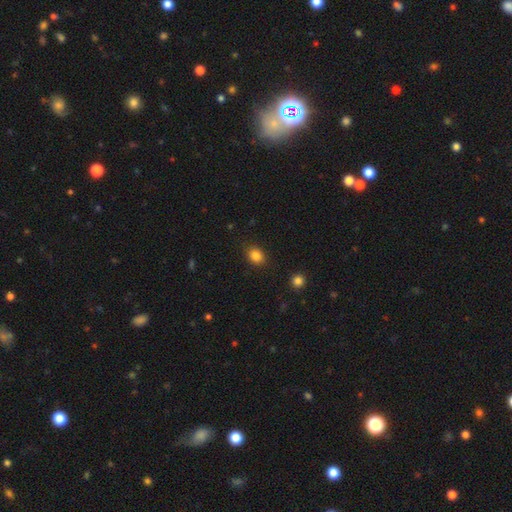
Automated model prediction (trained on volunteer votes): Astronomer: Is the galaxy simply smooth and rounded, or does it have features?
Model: smooth — 84%.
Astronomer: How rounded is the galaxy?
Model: round — 50% (runner-up: in between, 49%).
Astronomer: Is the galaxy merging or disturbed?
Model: none — 86%.